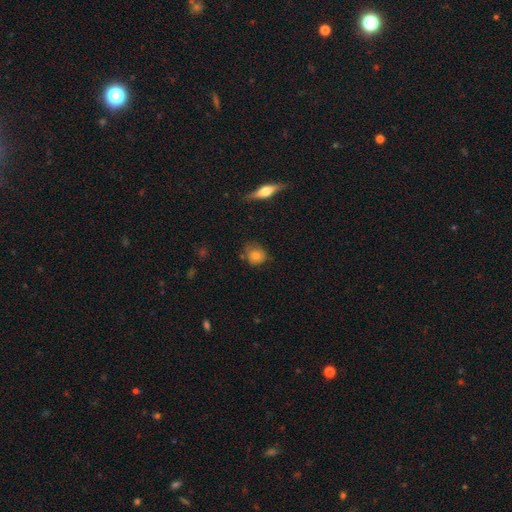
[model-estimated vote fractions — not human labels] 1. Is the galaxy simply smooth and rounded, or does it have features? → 73% smooth, 18% featured or disk, 9% star or artifact.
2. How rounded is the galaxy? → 77% round, 21% in between, 1% cigar-shaped.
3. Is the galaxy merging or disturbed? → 63% none, 27% minor disturbance, 6% major disturbance, 3% merger.